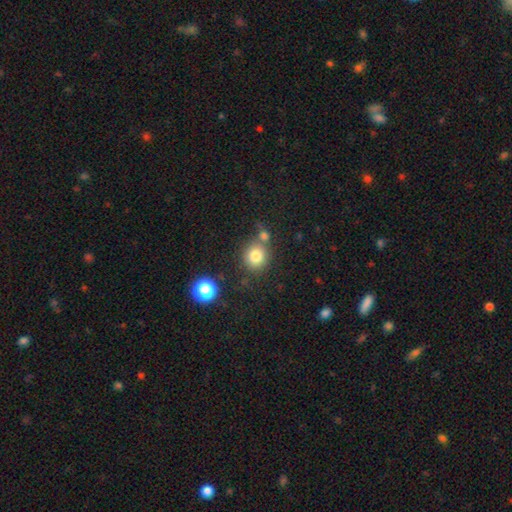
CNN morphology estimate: Q: Smooth or featured?
A: smooth (80%); runner-up: star or artifact (12%)
Q: How rounded?
A: round (84%); runner-up: in between (15%)
Q: Merging?
A: none (66%); runner-up: merger (20%)